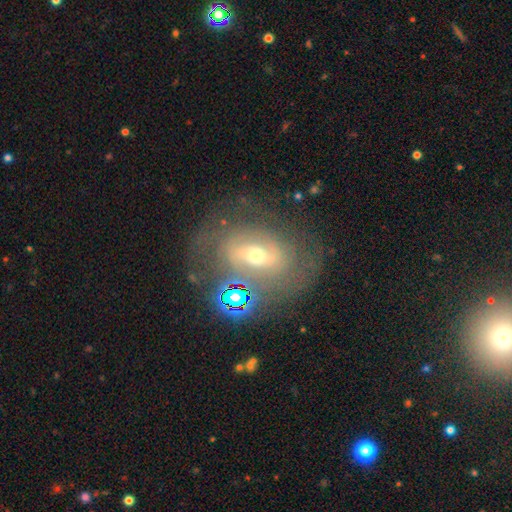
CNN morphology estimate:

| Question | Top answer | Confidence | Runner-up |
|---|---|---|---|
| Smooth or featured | featured or disk | 70% | smooth (18%) |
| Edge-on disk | no | 94% | yes (6%) |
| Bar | weak | 40% | no (35%) |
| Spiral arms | yes | 77% | no (23%) |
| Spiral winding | tight | 50% | medium (35%) |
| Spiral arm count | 2 | 46% | can't tell (37%) |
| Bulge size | small | 49% | moderate (46%) |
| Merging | none | 62% | minor disturbance (19%) |